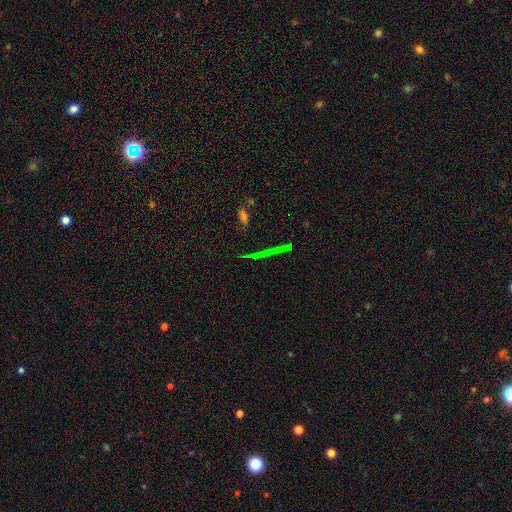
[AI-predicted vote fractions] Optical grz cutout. It shows a featured or disk galaxy (40%). Merging: none (86%).